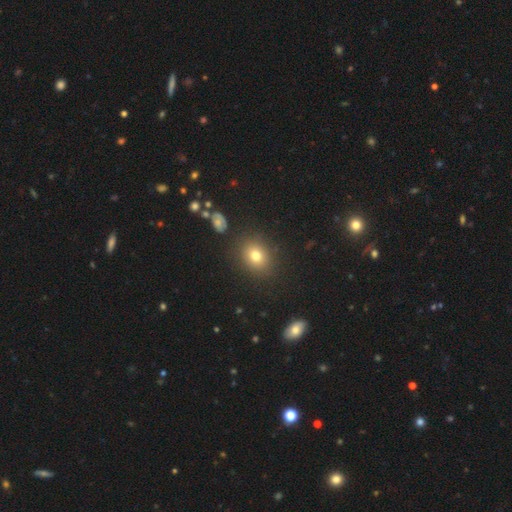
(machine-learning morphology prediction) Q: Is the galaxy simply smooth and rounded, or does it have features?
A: smooth — 77%.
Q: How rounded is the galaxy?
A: round — 60%.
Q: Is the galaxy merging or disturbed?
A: none — 85%.